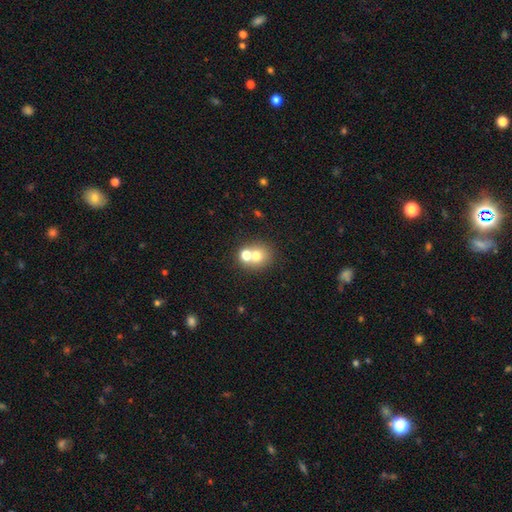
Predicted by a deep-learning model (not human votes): Smooth or featured? Predicted: smooth (p=0.69). How rounded? Predicted: round (p=0.79). Merging? Predicted: merger (p=0.46).